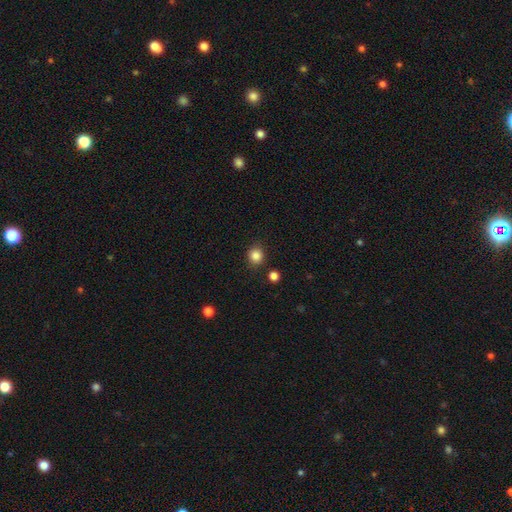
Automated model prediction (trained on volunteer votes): smooth 85%, star or artifact 11%, featured or disk 4%. Down the decision tree: how rounded — round (85%); merging — none (87%).